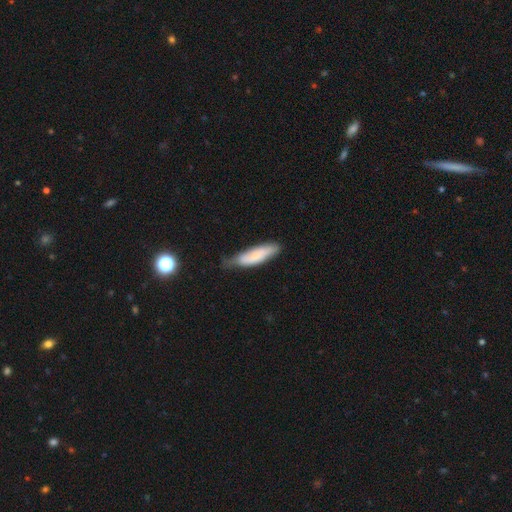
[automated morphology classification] smooth-or-featured: smooth: 69% | featured or disk: 24% | star or artifact: 7%
  how-rounded: cigar-shaped: 61% | in between: 37% | round: 2%
  merging: none: 51% | minor disturbance: 38% | major disturbance: 8% | merger: 3%